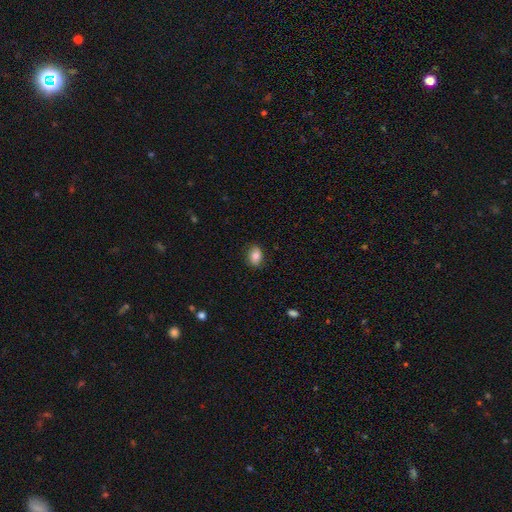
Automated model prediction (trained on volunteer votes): smooth 79%, featured or disk 12%, star or artifact 9%. Down the decision tree: how rounded — in between (74%); merging — none (84%).